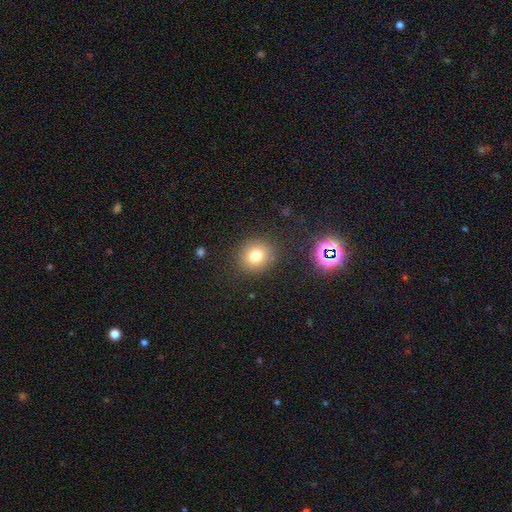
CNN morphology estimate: The model was most divided on "smooth or featured": smooth: 77%, star or artifact: 14%, featured or disk: 9%. More confident: merging — none (86%); how rounded — round (81%).